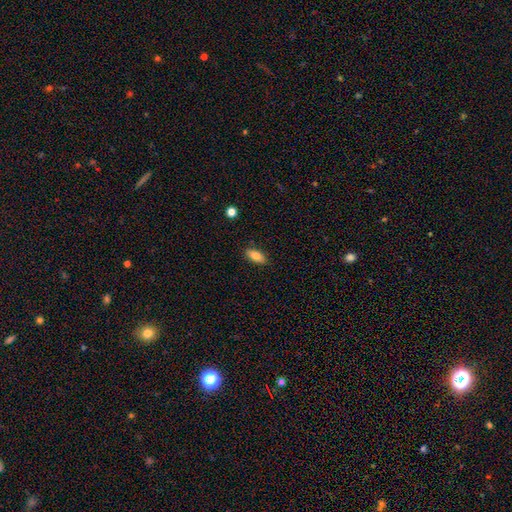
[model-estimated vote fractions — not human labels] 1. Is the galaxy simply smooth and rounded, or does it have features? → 83% smooth, 10% featured or disk, 7% star or artifact.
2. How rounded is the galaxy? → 87% in between, 10% cigar-shaped, 3% round.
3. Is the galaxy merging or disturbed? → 86% none, 10% minor disturbance, 2% major disturbance, 1% merger.